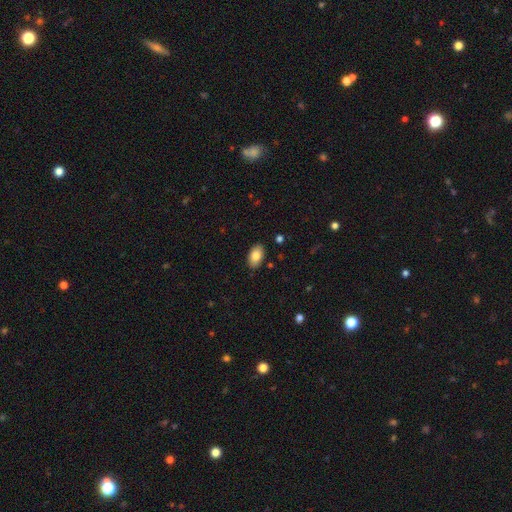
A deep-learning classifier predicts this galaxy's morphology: The model was most divided on "smooth or featured": smooth: 83%, featured or disk: 10%, star or artifact: 7%. More confident: how rounded — in between (93%); merging — none (87%).